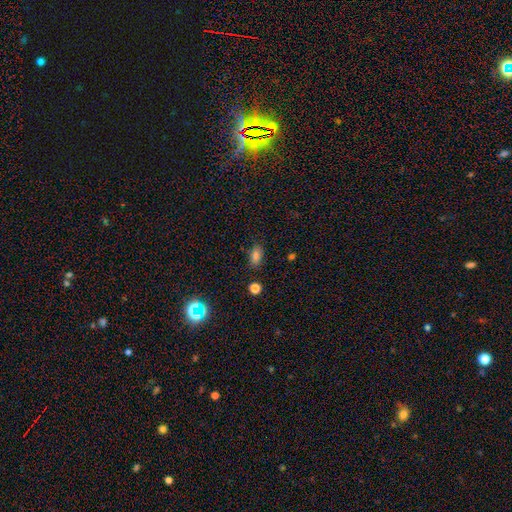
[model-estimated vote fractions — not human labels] Morphology: type=smooth (80%); roundness=in between (86%); merging=none (80%).